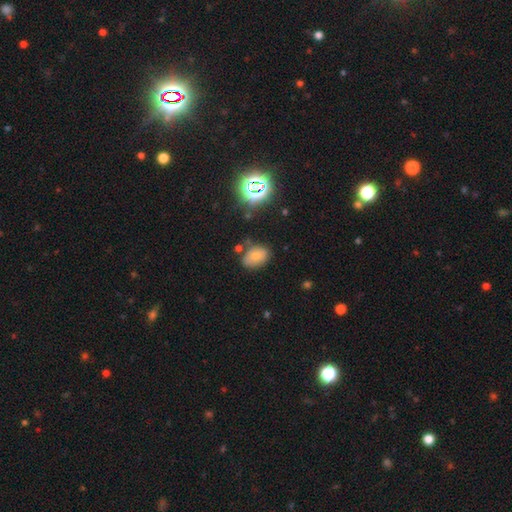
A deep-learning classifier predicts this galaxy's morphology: This is likely a smooth galaxy (69%). How rounded: likely in between (79%). Merging: likely none (72%).